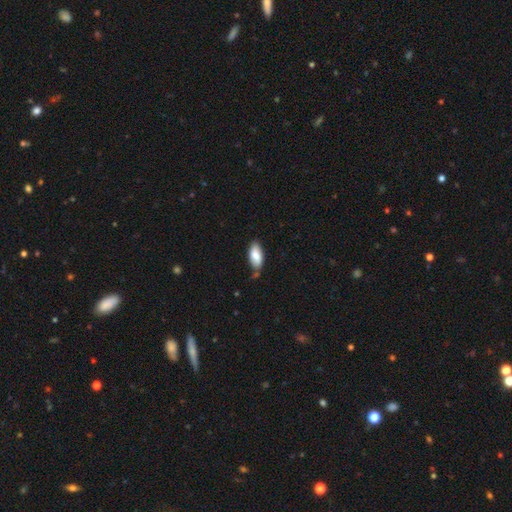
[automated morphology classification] Smooth or featured? Predicted: smooth (p=0.82). How rounded? Predicted: in between (p=0.91). Merging? Predicted: none (p=0.66).